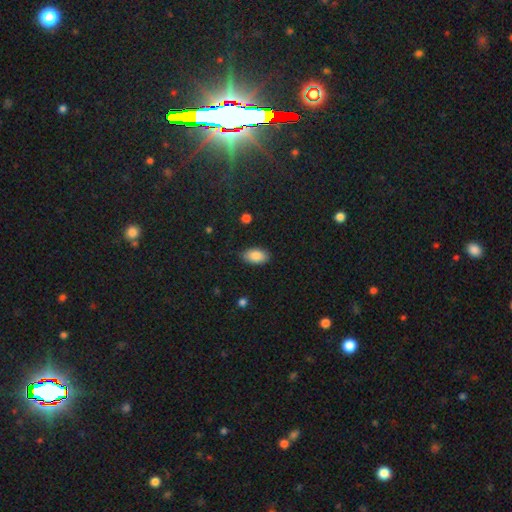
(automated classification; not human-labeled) The model was most divided on "merging": none: 85%, minor disturbance: 11%, major disturbance: 2%, merger: 1%. More confident: how rounded — in between (94%); smooth or featured — smooth (87%).